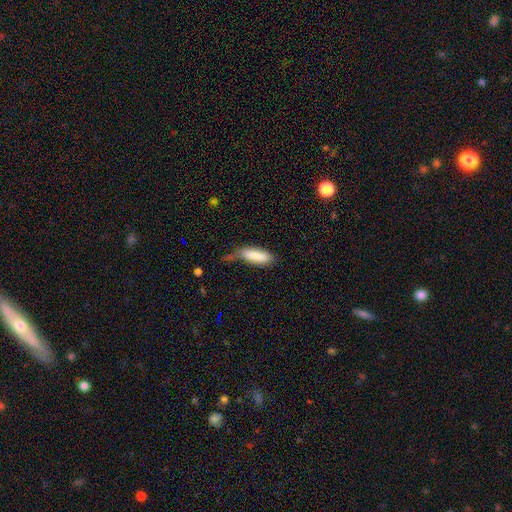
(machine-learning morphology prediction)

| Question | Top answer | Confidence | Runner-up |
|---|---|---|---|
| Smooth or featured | smooth | 84% | featured or disk (10%) |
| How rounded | in between | 53% | cigar-shaped (45%) |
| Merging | minor disturbance | 39% | none (33%) |